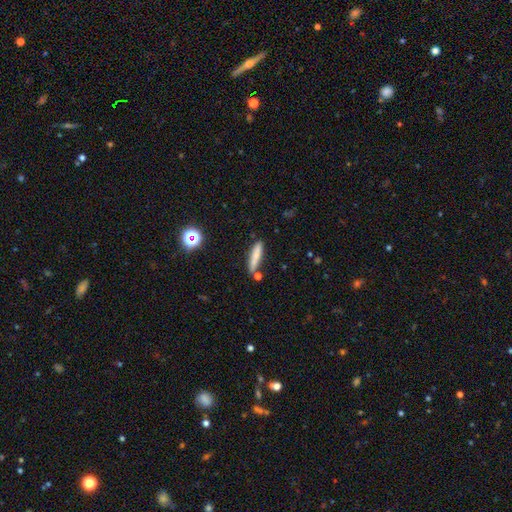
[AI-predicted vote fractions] Smooth or featured? Predicted: smooth (p=0.75). How rounded? Predicted: cigar-shaped (p=0.85). Merging? Predicted: none (p=0.78).